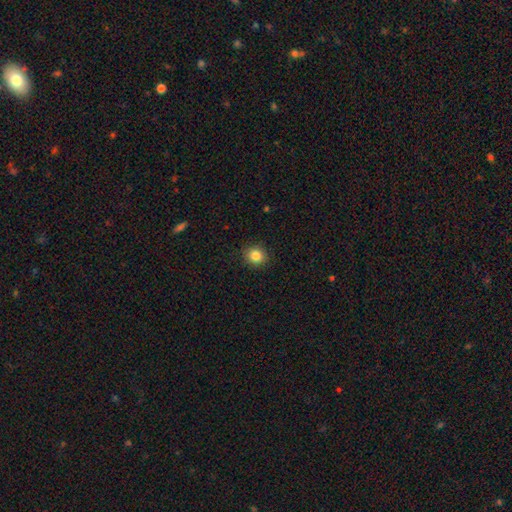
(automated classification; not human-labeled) Morphology: type=smooth (84%); roundness=round (88%); merging=none (91%).